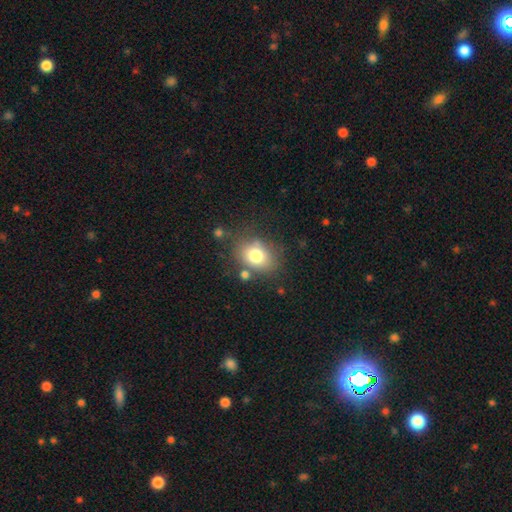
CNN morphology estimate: The model was most divided on "how rounded": in between: 56%, round: 43%, cigar-shaped: 1%. More confident: smooth or featured — smooth (77%); merging — none (68%).